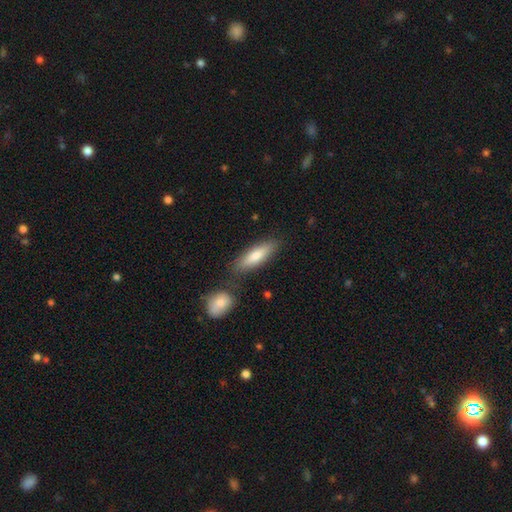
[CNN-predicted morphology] Smooth or featured?
  - smooth: 73% *
  - featured or disk: 21%
  - star or artifact: 6%
How rounded?
  - cigar-shaped: 60% *
  - in between: 38%
  - round: 2%
Merging?
  - none: 75% *
  - minor disturbance: 12%
  - merger: 10%
  - major disturbance: 3%